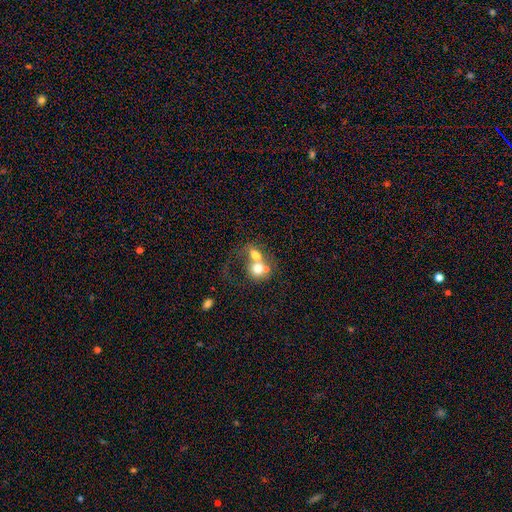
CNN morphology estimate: A smooth galaxy with no disk features (62%) that is round (58%).

Vote fractions:
- Smooth or featured? smooth: 62% / featured or disk: 29% / star or artifact: 10%
- How rounded? round: 58% / in between: 40% / cigar-shaped: 2%
- Merging? merger: 69% / none: 15% / major disturbance: 10% / minor disturbance: 6%